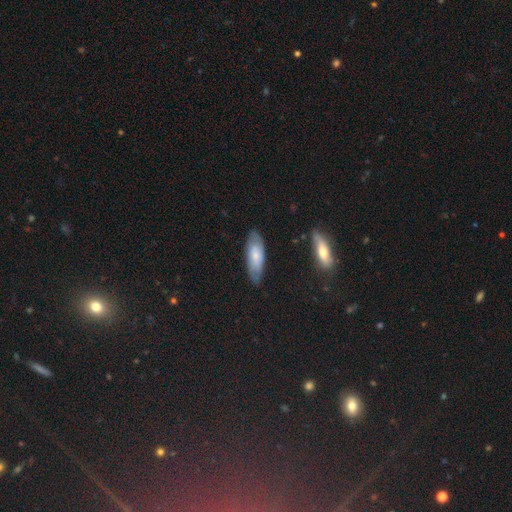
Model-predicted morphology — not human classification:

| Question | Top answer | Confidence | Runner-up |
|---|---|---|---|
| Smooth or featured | smooth | 63% | featured or disk (31%) |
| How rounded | in between | 73% | cigar-shaped (25%) |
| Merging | none | 76% | minor disturbance (18%) |